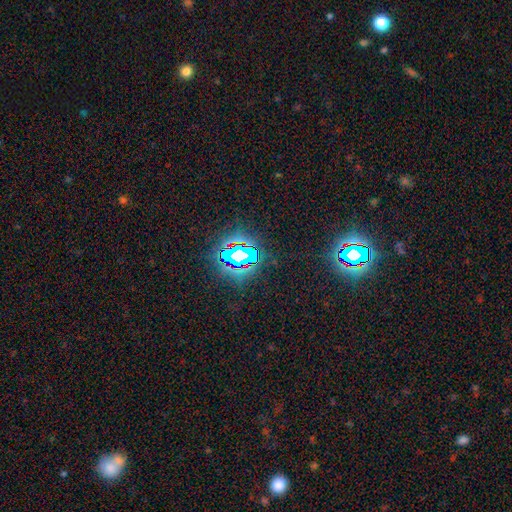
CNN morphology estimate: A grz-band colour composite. It shows a star or artifact, not a galaxy (81%).